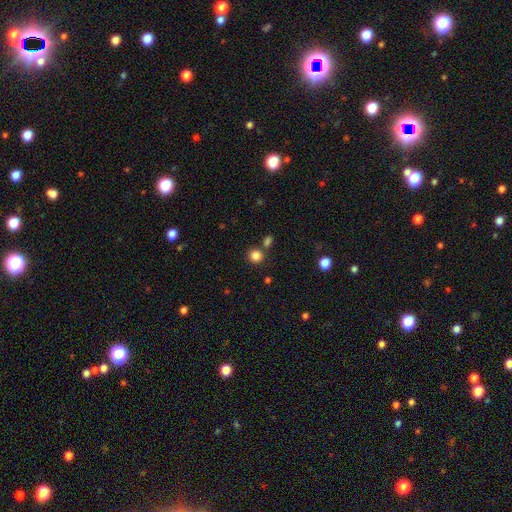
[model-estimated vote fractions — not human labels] A smooth galaxy with no disk features (84%) that is round (91%).

Vote fractions:
- Smooth or featured? smooth: 84% / star or artifact: 12% / featured or disk: 4%
- How rounded? round: 91% / in between: 8% / cigar-shaped: 1%
- Merging? none: 76% / merger: 14% / minor disturbance: 7% / major disturbance: 3%